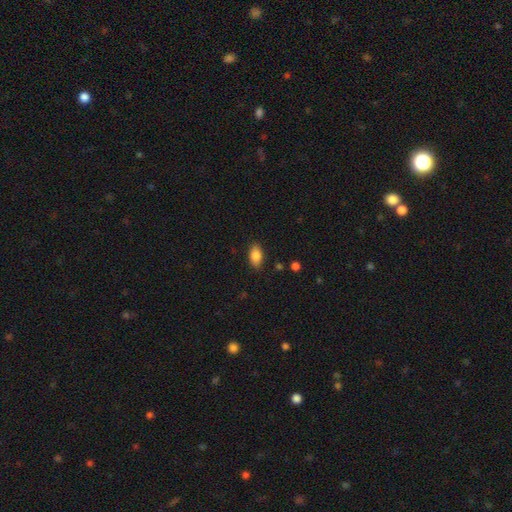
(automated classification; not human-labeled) This appears to be a smooth galaxy with no disk features (85%) that is in between round and cigar-shaped (91%). Merging: none (86%).